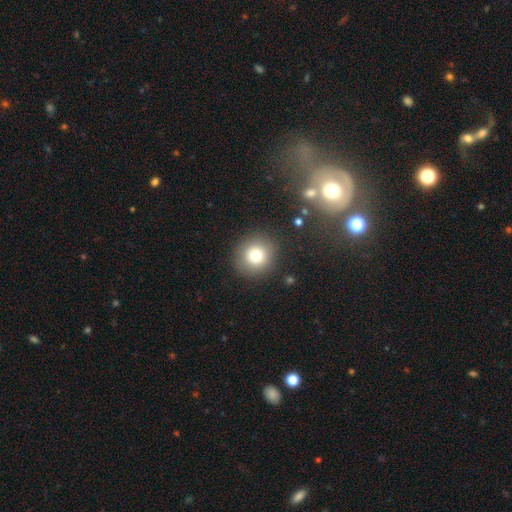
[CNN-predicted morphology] type=smooth (77%); roundness=round (91%); merging=none (88%).